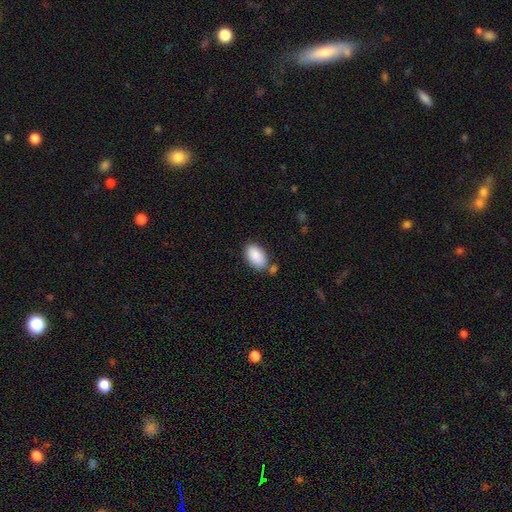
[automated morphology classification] A smooth galaxy with no disk features (90%) that is in between round and cigar-shaped (95%).

Vote fractions:
- Smooth or featured? smooth: 90% / star or artifact: 6% / featured or disk: 4%
- How rounded? in between: 95% / round: 4% / cigar-shaped: 2%
- Merging? none: 75% / minor disturbance: 13% / merger: 9% / major disturbance: 3%